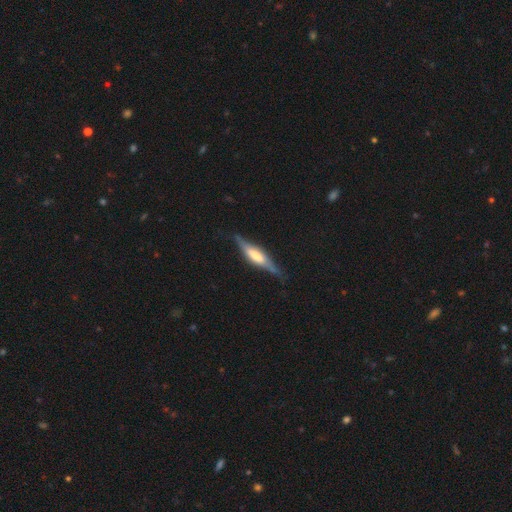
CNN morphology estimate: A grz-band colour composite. It shows a featured or disk galaxy (69%) viewed edge-on (93%) with a boxy central bulge (48%). Merging: none (79%).